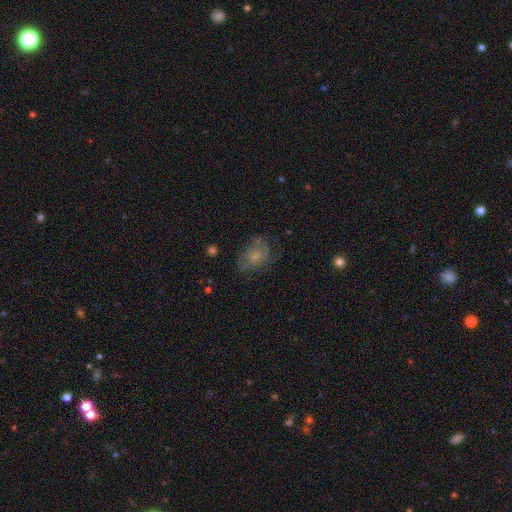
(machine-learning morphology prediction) A featured or disk galaxy (48%).

Vote fractions:
- Smooth or featured? featured or disk: 48% / smooth: 41% / star or artifact: 11%
- Merging? none: 59% / minor disturbance: 23% / major disturbance: 16% / merger: 2%